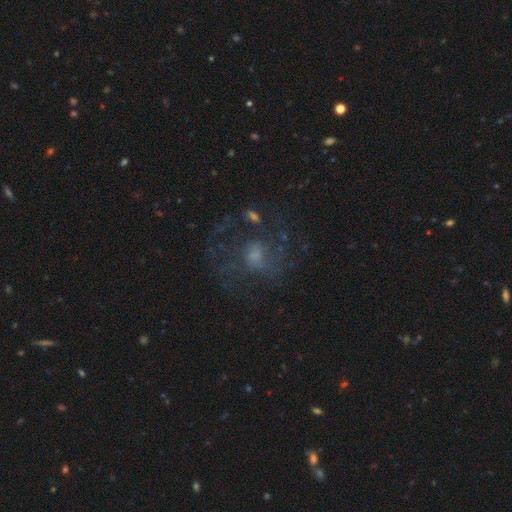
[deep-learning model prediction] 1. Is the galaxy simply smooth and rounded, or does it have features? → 55% featured or disk, 26% smooth, 18% star or artifact.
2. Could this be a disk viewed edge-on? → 97% no, 3% yes.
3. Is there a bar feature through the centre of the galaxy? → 70% no, 26% weak, 4% strong.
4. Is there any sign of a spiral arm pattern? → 58% yes, 42% no.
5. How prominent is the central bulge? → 38% small, 34% moderate, 19% none, 7% large, 2% dominant.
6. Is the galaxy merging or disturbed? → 47% none, 31% major disturbance, 16% minor disturbance, 5% merger.